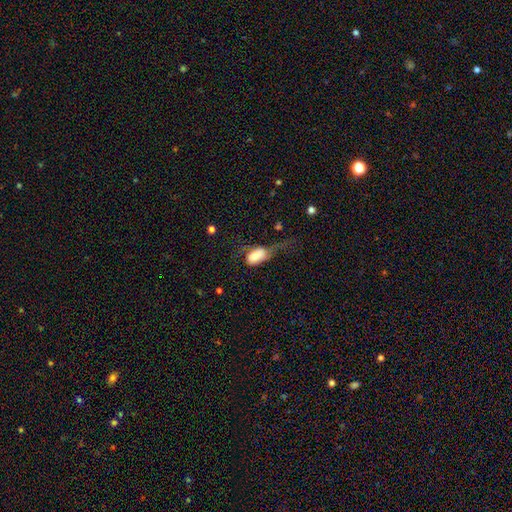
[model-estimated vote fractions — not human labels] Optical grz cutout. It shows a smooth galaxy with no disk features (69%) that is in between round and cigar-shaped (90%). Merging: major disturbance (55%).